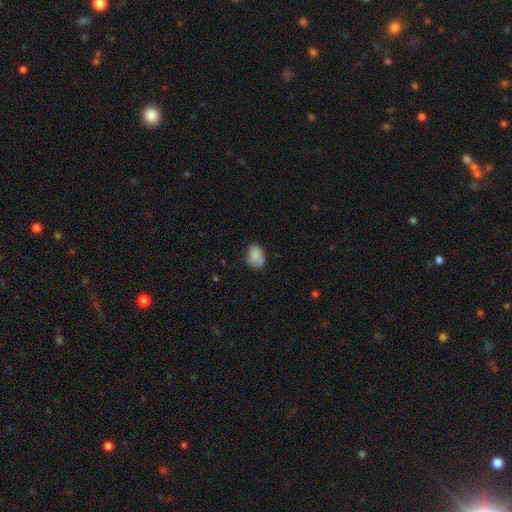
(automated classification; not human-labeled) Smooth or featured? smooth (80%)
How rounded? in between (83%)
Merging? none (54%)